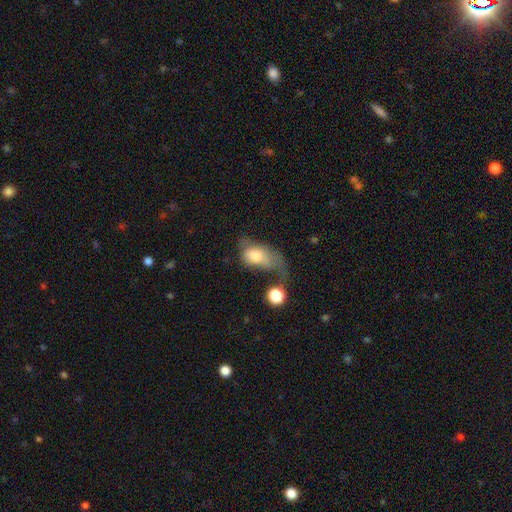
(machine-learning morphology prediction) This is likely a smooth galaxy (64%). How rounded: clearly in between (84%). Merging: possibly major disturbance (55%).